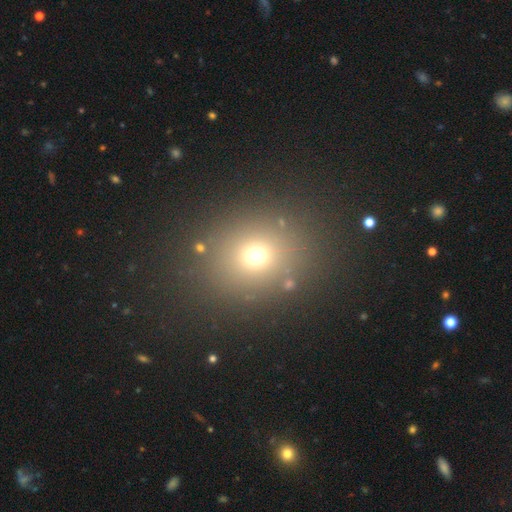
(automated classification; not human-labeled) The model was most divided on "how rounded": round: 70%, in between: 29%, cigar-shaped: 1%. More confident: merging — none (84%); smooth or featured — smooth (68%).